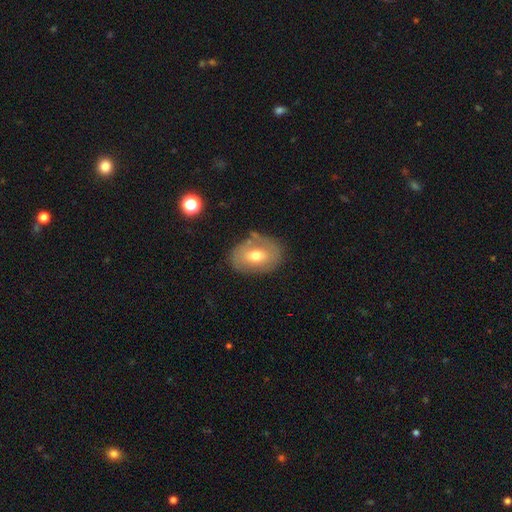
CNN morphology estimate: Smooth or featured? smooth (57%)
How rounded? in between (78%)
Merging? none (72%)